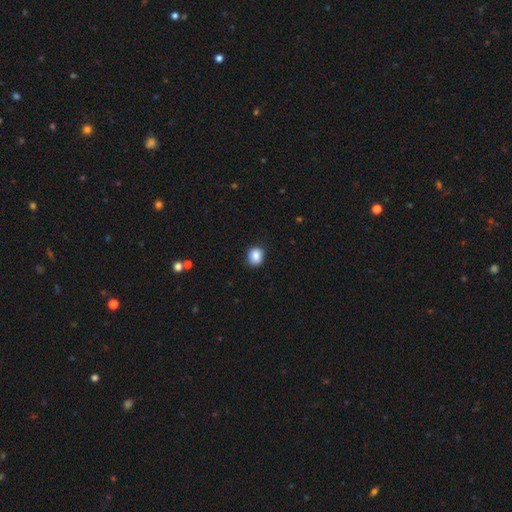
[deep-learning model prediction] smooth-or-featured: smooth: 86% | star or artifact: 9% | featured or disk: 5%
  how-rounded: round: 72% | in between: 27% | cigar-shaped: 1%
  merging: none: 86% | minor disturbance: 11% | major disturbance: 2% | merger: 1%